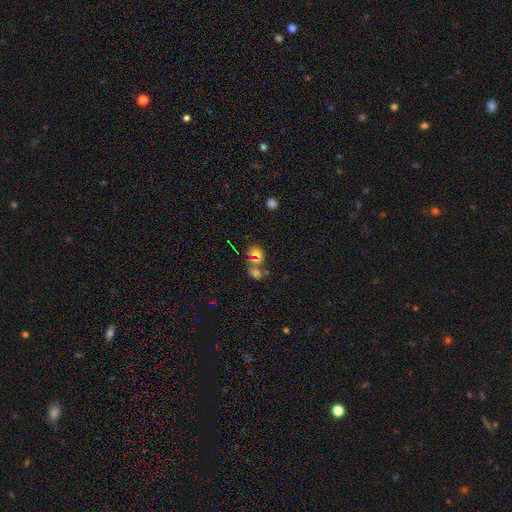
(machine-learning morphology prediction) type=smooth (61%); roundness=in between (53%); merging=merger (50%).